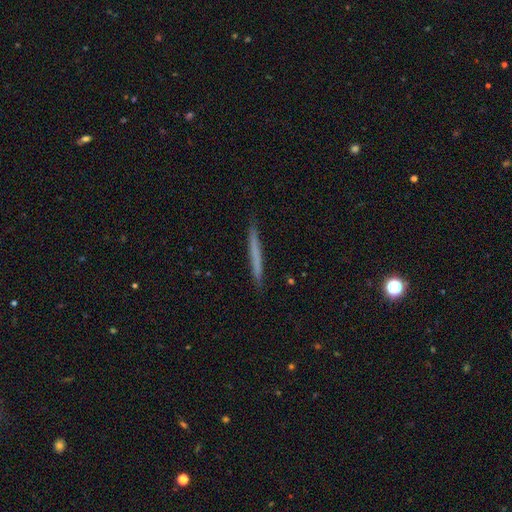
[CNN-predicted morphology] A smooth galaxy with no disk features (57%) that is cigar-shaped (97%). Merging: none (91%).